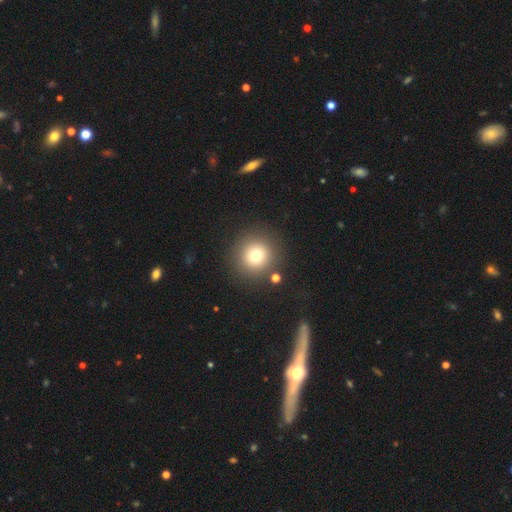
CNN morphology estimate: Smooth or featured?
  - smooth: 75% *
  - star or artifact: 14%
  - featured or disk: 11%
How rounded?
  - round: 94% *
  - in between: 5%
  - cigar-shaped: 1%
Merging?
  - none: 85% *
  - minor disturbance: 7%
  - merger: 4%
  - major disturbance: 4%